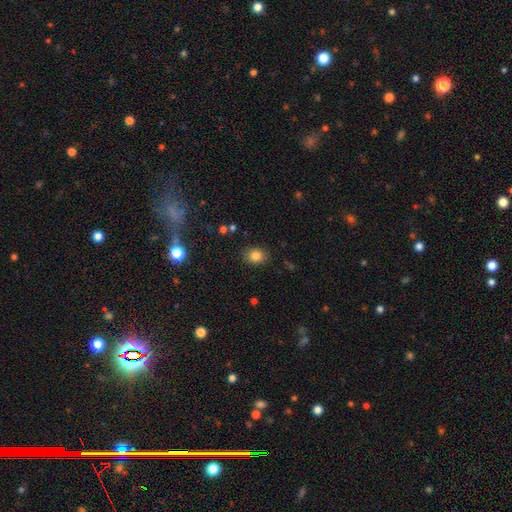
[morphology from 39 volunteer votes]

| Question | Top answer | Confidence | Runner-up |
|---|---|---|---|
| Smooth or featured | smooth | 85% | featured or disk (8%) |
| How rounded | round | 58% | in between (42%) |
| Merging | none | 81% | minor disturbance (17%) |